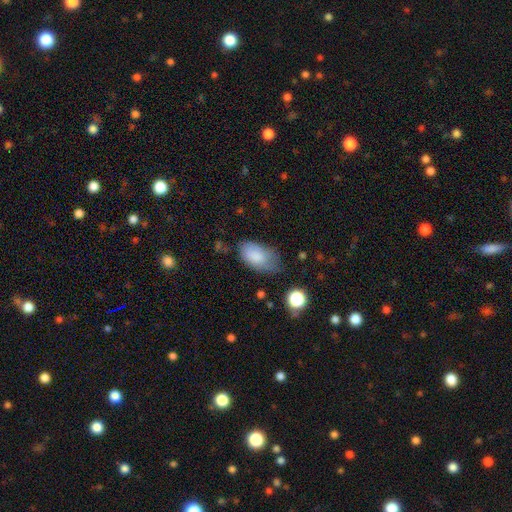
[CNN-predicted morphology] Q: Smooth or featured?
A: smooth (80%); runner-up: featured or disk (12%)
Q: How rounded?
A: in between (94%); runner-up: round (4%)
Q: Merging?
A: none (51%); runner-up: minor disturbance (34%)